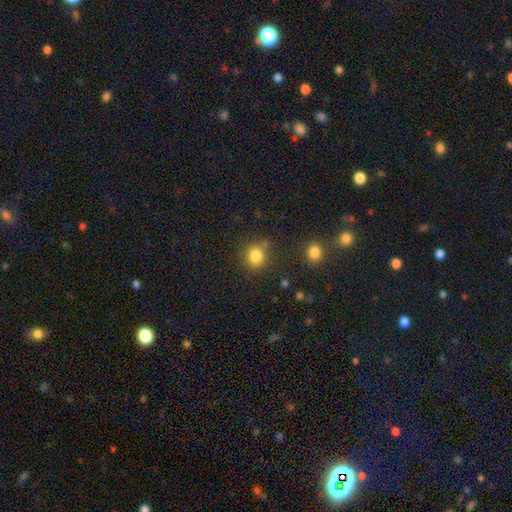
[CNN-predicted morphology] A smooth galaxy with no disk features (84%) that is round (74%). Merging: none (75%).